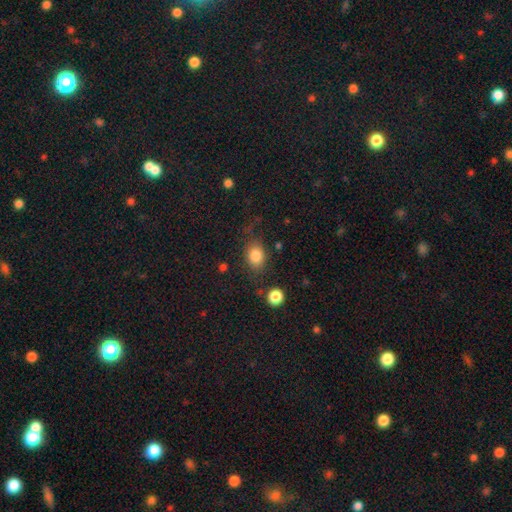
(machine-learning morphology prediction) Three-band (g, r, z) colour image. It shows a smooth galaxy with no disk features (83%) that is in between round and cigar-shaped (66%). Merging: none (75%).